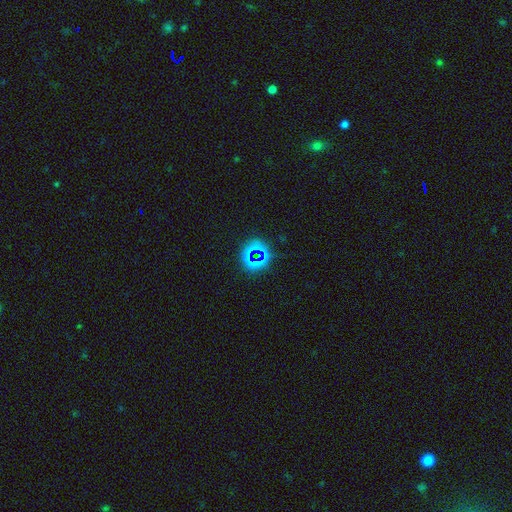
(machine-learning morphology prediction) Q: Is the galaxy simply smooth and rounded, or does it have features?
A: star or artifact — 62%.